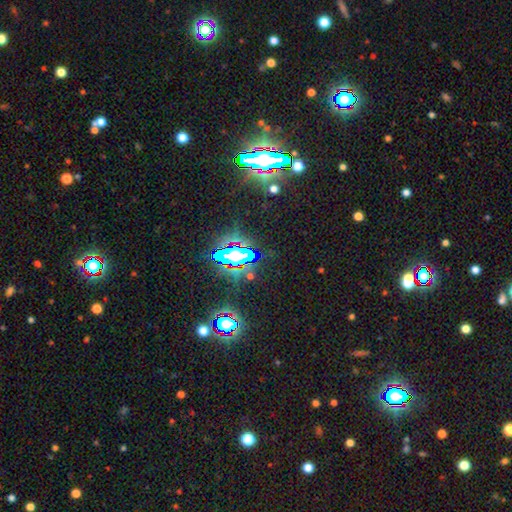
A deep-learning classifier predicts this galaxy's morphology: Q: Smooth or featured?
A: star or artifact (82%); runner-up: smooth (10%)